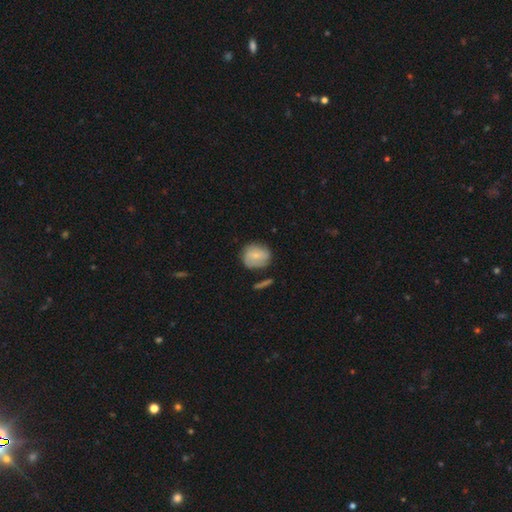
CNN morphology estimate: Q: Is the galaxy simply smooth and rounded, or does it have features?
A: smooth — 63%.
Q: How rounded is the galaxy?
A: round — 71%.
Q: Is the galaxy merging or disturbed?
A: none — 67%.